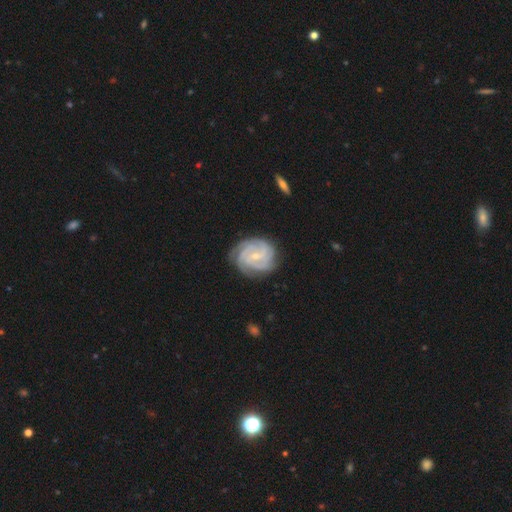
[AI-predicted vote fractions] A featured or disk galaxy (88%) with no bar (47%), 4 (34%) tight (72%) spiral arms (98%) and a small central bulge (71%).

Vote fractions:
- Smooth or featured? featured or disk: 88% / smooth: 7% / star or artifact: 5%
- Edge-on disk? no: 98% / yes: 2%
- Bar? no: 47% / weak: 42% / strong: 11%
- Spiral arms? yes: 98% / no: 2%
- Spiral winding? tight: 72% / medium: 25% / loose: 4%
- Spiral arm count? 4: 34% / 3: 29% / can't tell: 16% / 2: 9% / more than 4: 7% / 1: 6%
- Bulge size? small: 71% / moderate: 25% / none: 2% / large: 1% / dominant: 1%
- Merging? none: 79% / minor disturbance: 15% / major disturbance: 4% / merger: 1%